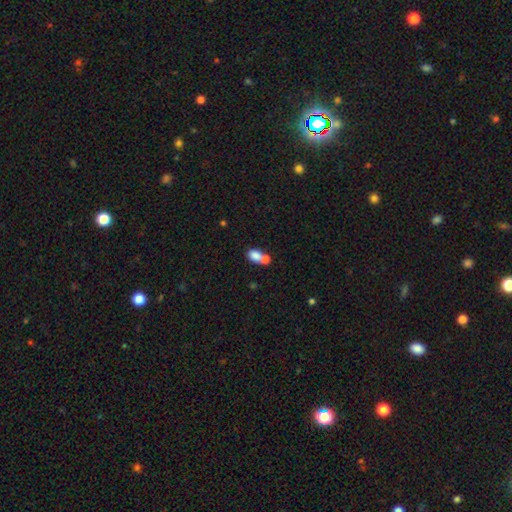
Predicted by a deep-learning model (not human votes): Smooth or featured? Predicted: smooth (p=0.80). How rounded? Predicted: in between (p=0.71). Merging? Predicted: merger (p=0.59).